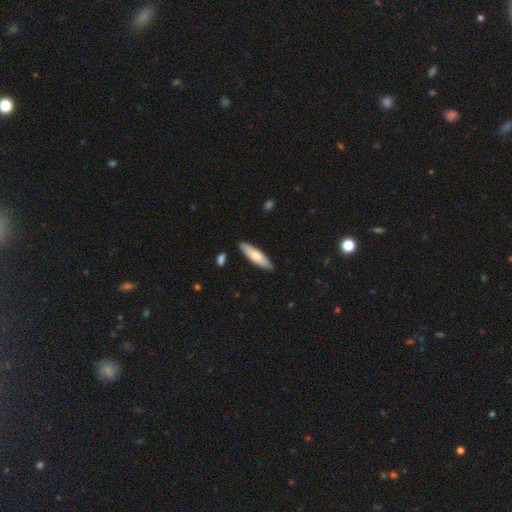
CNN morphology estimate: smooth_or_featured: smooth (p=0.72) [alt: featured or disk p=0.23]
how_rounded: cigar-shaped (p=0.63) [alt: in between p=0.35]
merging: none (p=0.87) [alt: minor disturbance p=0.09]